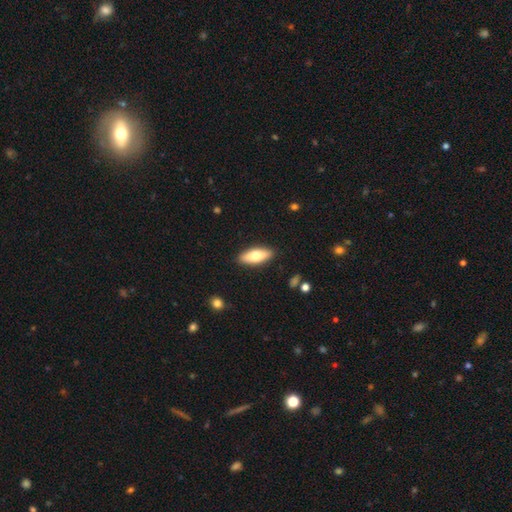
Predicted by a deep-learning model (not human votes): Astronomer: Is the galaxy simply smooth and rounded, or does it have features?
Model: smooth — 66%.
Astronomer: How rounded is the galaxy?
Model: in between — 65%.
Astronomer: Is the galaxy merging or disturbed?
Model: none — 89%.